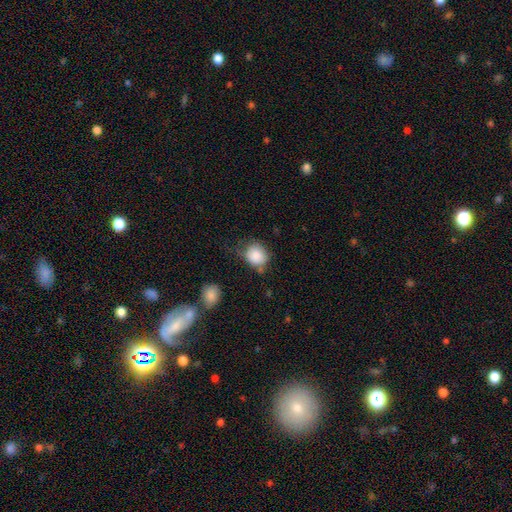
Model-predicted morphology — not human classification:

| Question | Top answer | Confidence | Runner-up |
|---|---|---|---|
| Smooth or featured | smooth | 85% | star or artifact (8%) |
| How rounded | round | 75% | in between (24%) |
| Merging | none | 55% | minor disturbance (29%) |